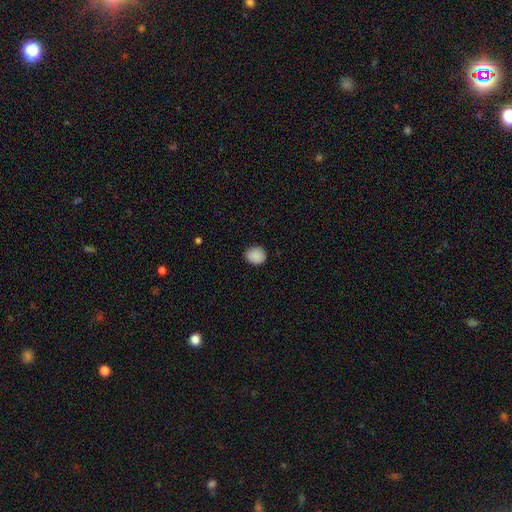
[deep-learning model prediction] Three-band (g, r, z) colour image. It shows a smooth galaxy with no disk features (89%) that is round (70%). Merging: none (85%).